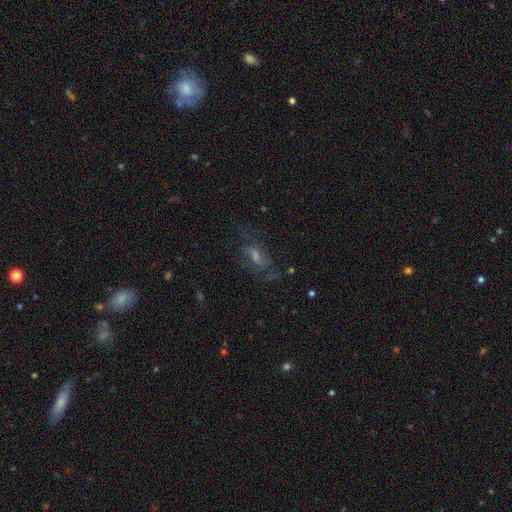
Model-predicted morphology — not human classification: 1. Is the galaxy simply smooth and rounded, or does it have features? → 48% featured or disk, 29% smooth, 23% star or artifact.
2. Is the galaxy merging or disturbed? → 61% none, 19% minor disturbance, 18% major disturbance, 2% merger.